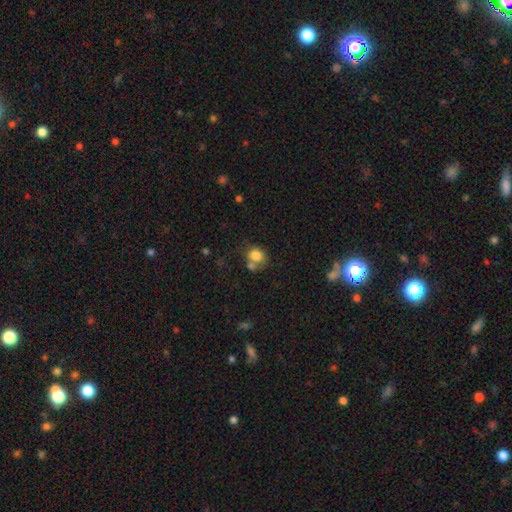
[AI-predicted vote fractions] Smooth or featured?
  - smooth: 80% *
  - star or artifact: 10%
  - featured or disk: 10%
How rounded?
  - round: 70% *
  - in between: 29%
  - cigar-shaped: 1%
Merging?
  - none: 47% *
  - merger: 31%
  - minor disturbance: 15%
  - major disturbance: 7%